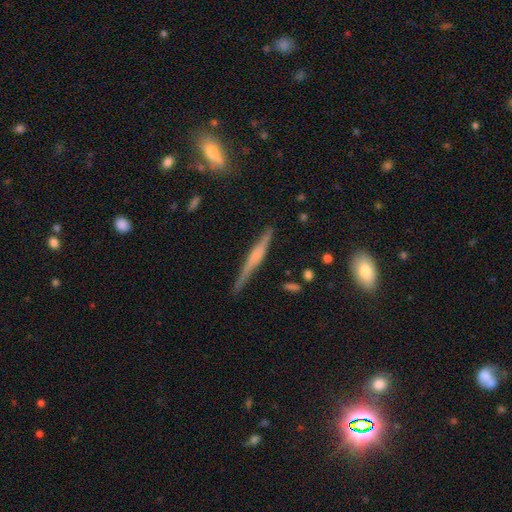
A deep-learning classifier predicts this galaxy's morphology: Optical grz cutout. It shows a featured or disk galaxy (63%) viewed edge-on (97%) with a rounded central bulge (39%). Merging: none (81%).